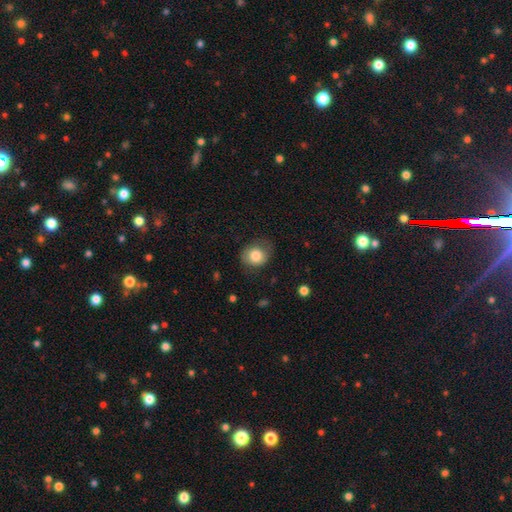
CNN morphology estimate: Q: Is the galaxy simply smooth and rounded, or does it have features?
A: smooth — 81%.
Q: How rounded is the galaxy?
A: round — 65%.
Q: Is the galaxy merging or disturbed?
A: none — 68%.